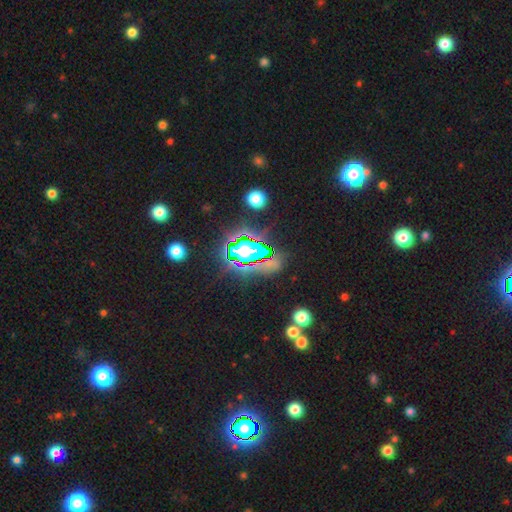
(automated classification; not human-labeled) This is clearly a star or artifact rather than a galaxy (81%).